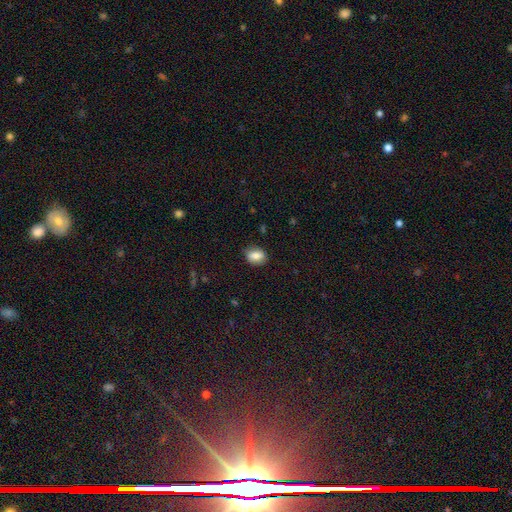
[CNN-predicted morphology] type=smooth (77%); roundness=in between (68%); merging=none (82%).